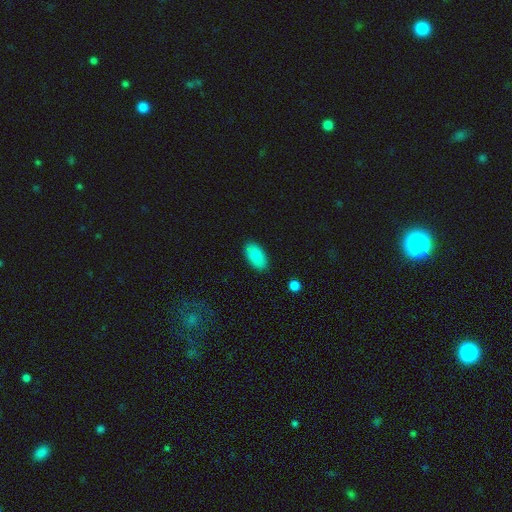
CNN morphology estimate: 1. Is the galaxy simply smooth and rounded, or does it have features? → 88% smooth, 7% star or artifact, 5% featured or disk.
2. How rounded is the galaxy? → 94% in between, 3% cigar-shaped, 3% round.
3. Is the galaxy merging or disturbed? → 84% none, 11% minor disturbance, 3% major disturbance, 2% merger.